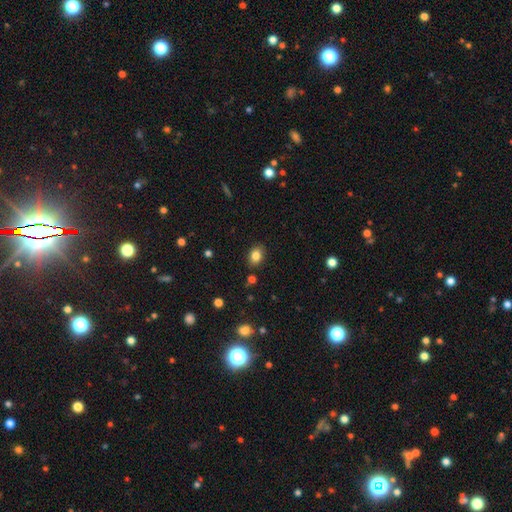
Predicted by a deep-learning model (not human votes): Smooth or featured? Predicted: smooth (p=0.84). How rounded? Predicted: in between (p=0.66). Merging? Predicted: none (p=0.86).